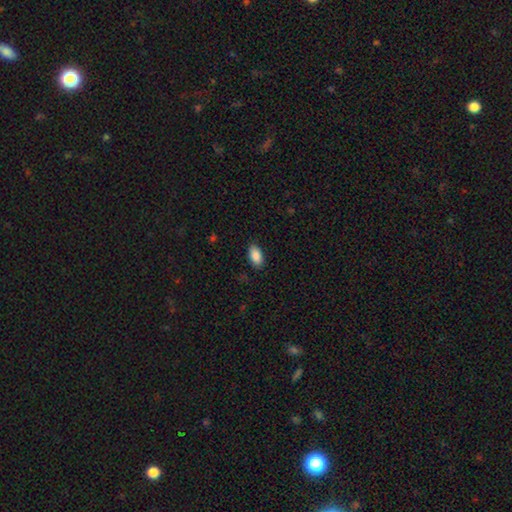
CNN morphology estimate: The model was most divided on "merging": none: 87%, minor disturbance: 9%, major disturbance: 2%, merger: 1%. More confident: how rounded — in between (94%); smooth or featured — smooth (89%).